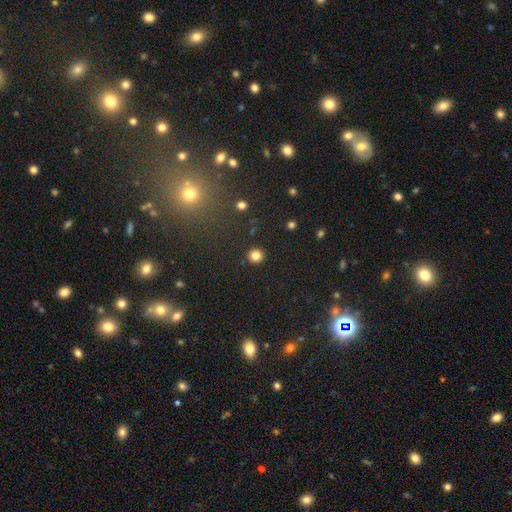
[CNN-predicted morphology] This is clearly a smooth galaxy (82%). How rounded: clearly round (93%). Merging: clearly none (92%).